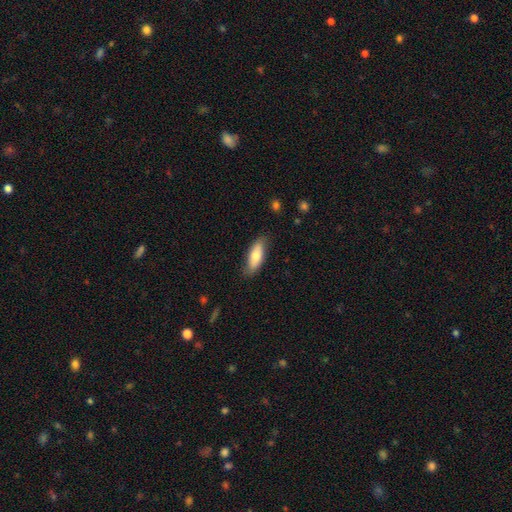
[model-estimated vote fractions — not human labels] smooth_or_featured: smooth (p=0.73) [alt: featured or disk p=0.21]
how_rounded: in between (p=0.68) [alt: cigar-shaped p=0.30]
merging: none (p=0.79) [alt: minor disturbance p=0.17]